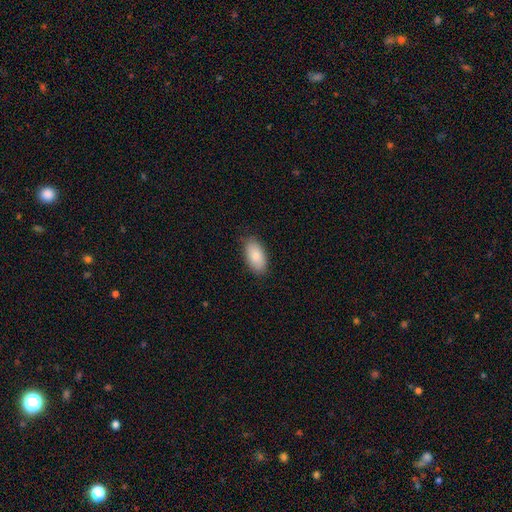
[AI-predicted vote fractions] This is clearly a smooth galaxy (85%). How rounded: clearly in between (94%). Merging: clearly none (85%).